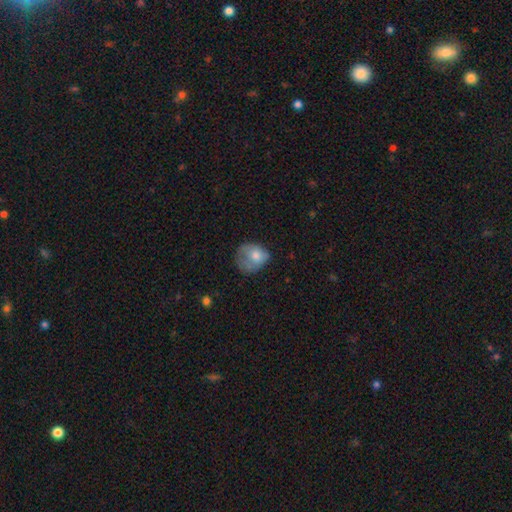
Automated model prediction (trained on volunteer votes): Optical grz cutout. It shows a smooth galaxy with no disk features (69%) that is round (60%). Merging: minor disturbance (34%).